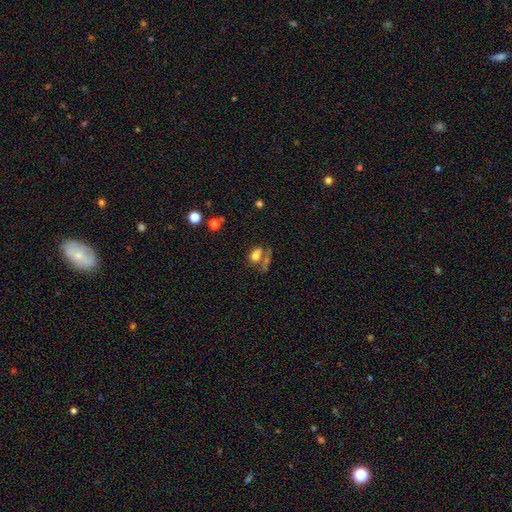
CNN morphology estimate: Overall: smooth (66%). How rounded: in between (72%). Merging: merger (41%; none 29%).